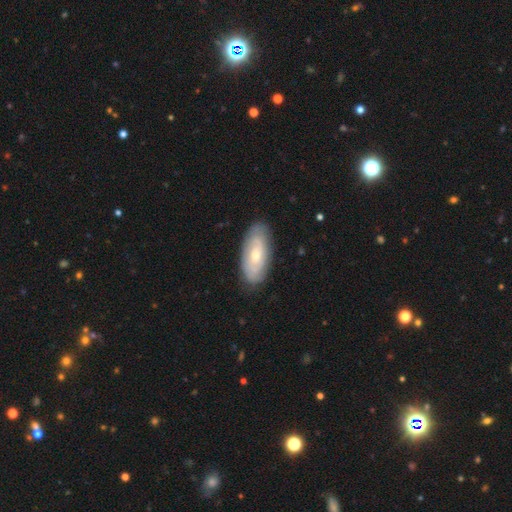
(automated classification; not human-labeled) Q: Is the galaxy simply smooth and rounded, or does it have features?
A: featured or disk — 52%.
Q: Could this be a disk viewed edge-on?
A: no — 88%.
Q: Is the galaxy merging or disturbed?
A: none — 82%.